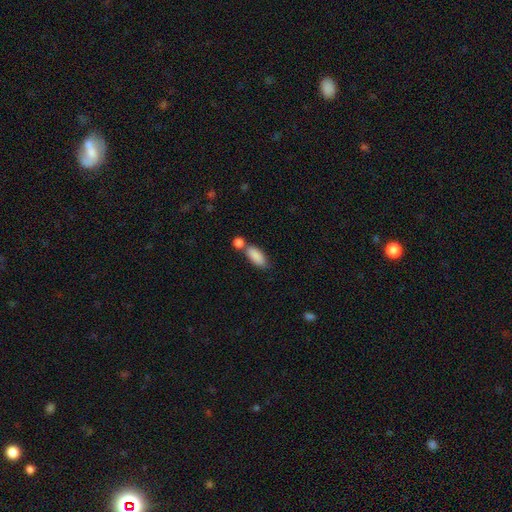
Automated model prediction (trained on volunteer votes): This appears to be a smooth galaxy with no disk features (87%) that is in between round and cigar-shaped (84%). Merging: none (48%).